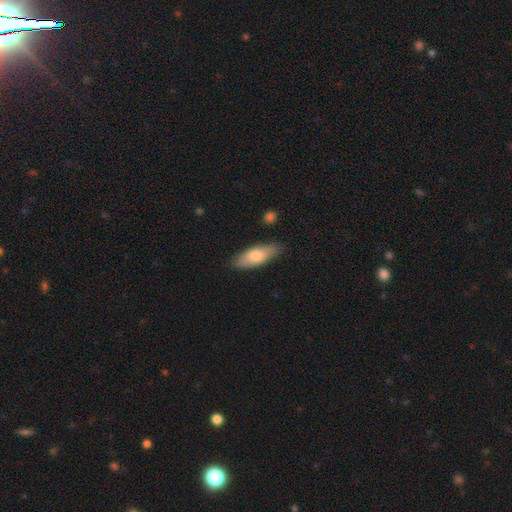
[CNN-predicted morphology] Smooth or featured? smooth (75%)
How rounded? in between (66%)
Merging? none (83%)